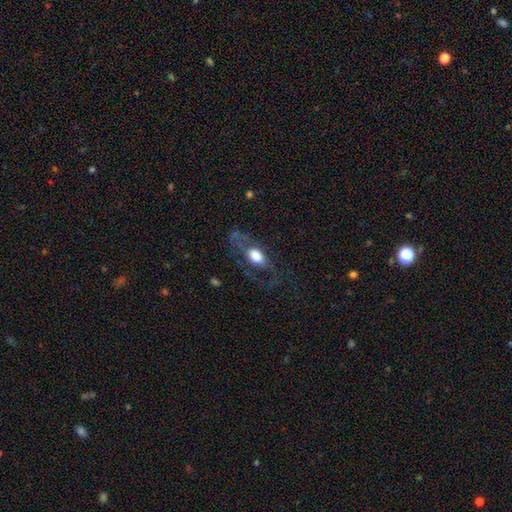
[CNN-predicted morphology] This appears to be a smooth galaxy with no disk features (54%) that is in between round and cigar-shaped (84%). Merging: none (51%).